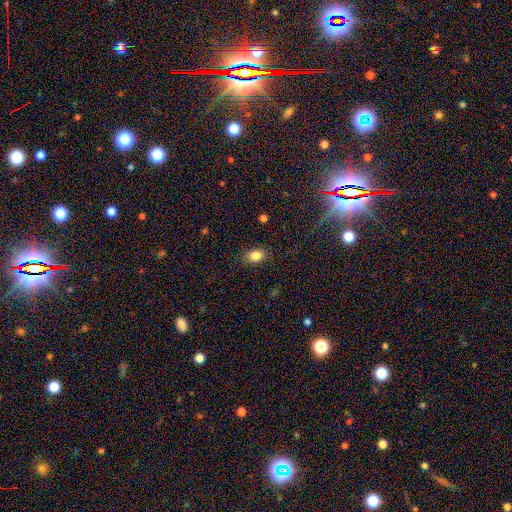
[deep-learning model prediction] The model was most divided on "how rounded": in between: 71%, round: 28%, cigar-shaped: 1%. More confident: merging — none (86%); smooth or featured — smooth (84%).